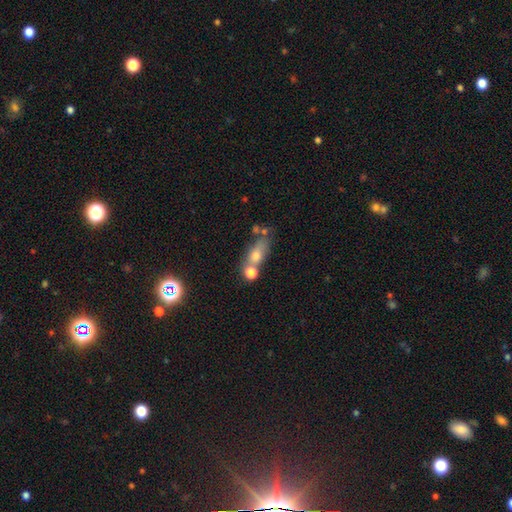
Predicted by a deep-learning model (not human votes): The model was most divided on "merging": none: 52%, merger: 27%, minor disturbance: 14%, major disturbance: 7%. More confident: how rounded — in between (60%); smooth or featured — smooth (54%).